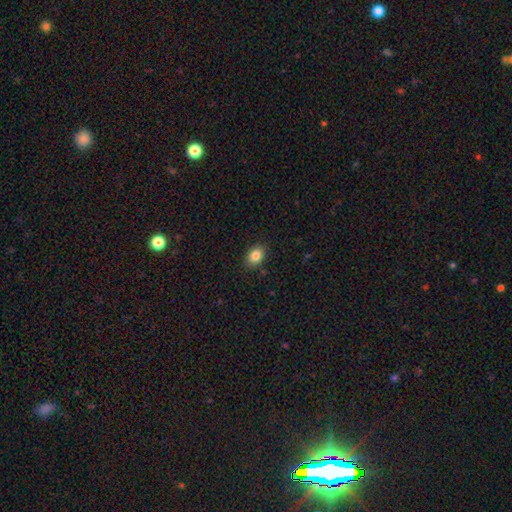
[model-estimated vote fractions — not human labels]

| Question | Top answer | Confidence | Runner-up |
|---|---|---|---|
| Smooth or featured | smooth | 85% | star or artifact (9%) |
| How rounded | in between | 76% | round (23%) |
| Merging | none | 87% | minor disturbance (9%) |